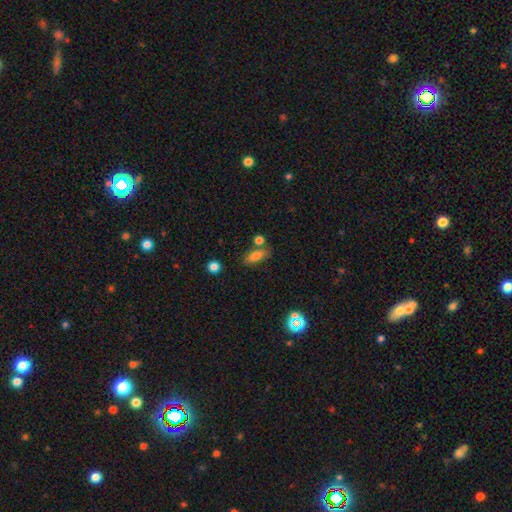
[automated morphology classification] A smooth galaxy with no disk features (78%) that is in between round and cigar-shaped (71%). Merging: none (70%).